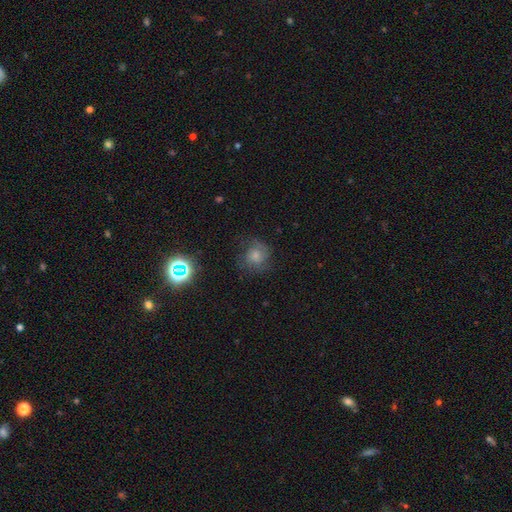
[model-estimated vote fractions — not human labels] smooth-or-featured: smooth: 52% | featured or disk: 32% | star or artifact: 16%
  how-rounded: round: 83% | in between: 16% | cigar-shaped: 1%
  merging: none: 64% | minor disturbance: 21% | major disturbance: 13% | merger: 2%